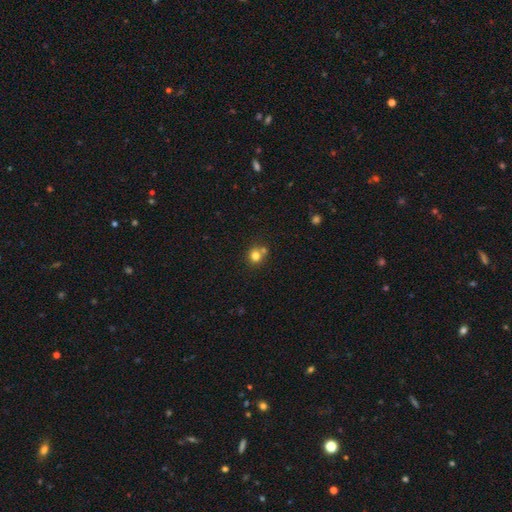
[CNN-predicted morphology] type=smooth (78%); roundness=round (86%); merging=none (57%).